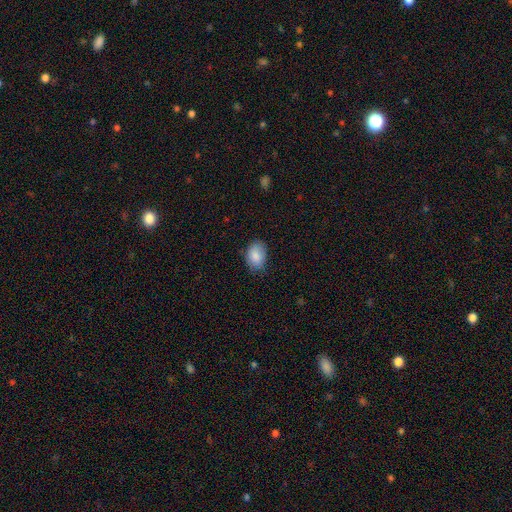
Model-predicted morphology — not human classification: A smooth galaxy with no disk features (87%) that is in between round and cigar-shaped (84%).

Vote fractions:
- Smooth or featured? smooth: 87% / star or artifact: 7% / featured or disk: 6%
- How rounded? in between: 84% / round: 15% / cigar-shaped: 1%
- Merging? none: 77% / minor disturbance: 18% / major disturbance: 3% / merger: 1%